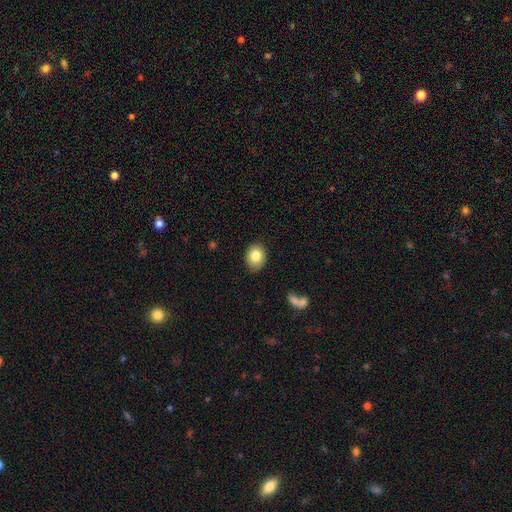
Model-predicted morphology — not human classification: This appears to be a smooth galaxy with no disk features (82%) that is in between round and cigar-shaped (55%). Merging: none (86%).